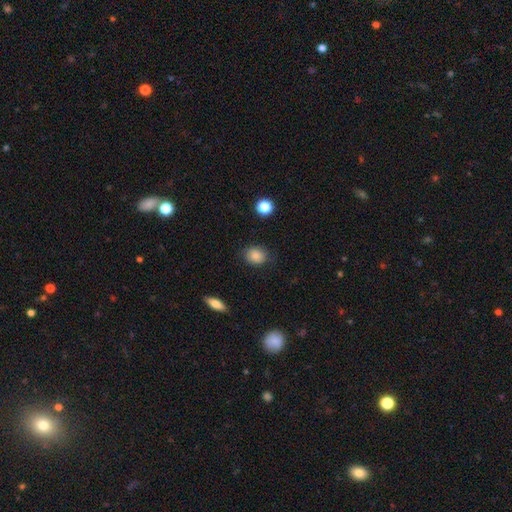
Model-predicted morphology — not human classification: Q: Smooth or featured?
A: smooth (85%); runner-up: star or artifact (9%)
Q: How rounded?
A: round (56%); runner-up: in between (43%)
Q: Merging?
A: none (78%); runner-up: minor disturbance (16%)